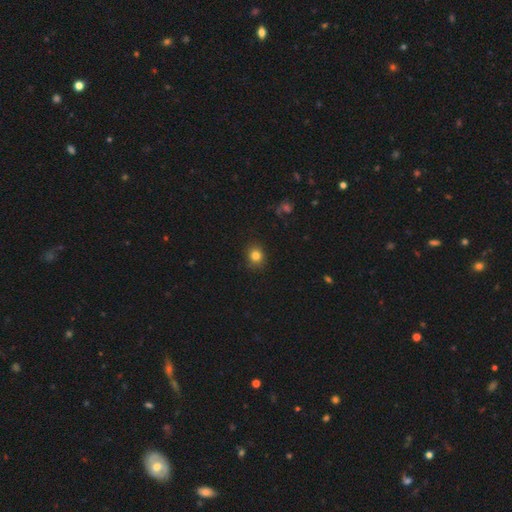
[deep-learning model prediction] A smooth galaxy with no disk features (83%) that is round (76%).

Vote fractions:
- Smooth or featured? smooth: 83% / star or artifact: 12% / featured or disk: 6%
- How rounded? round: 76% / in between: 23% / cigar-shaped: 1%
- Merging? none: 89% / minor disturbance: 8% / major disturbance: 2% / merger: 1%